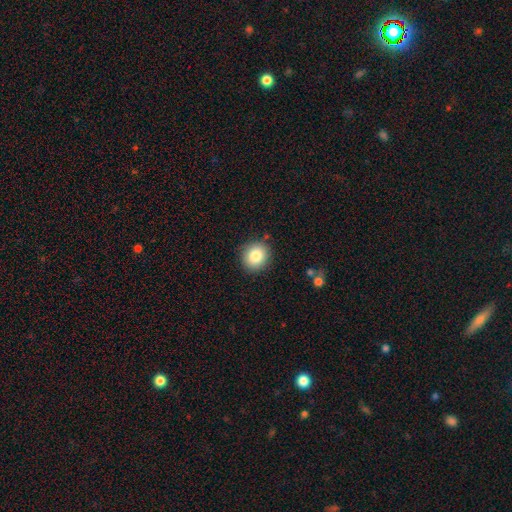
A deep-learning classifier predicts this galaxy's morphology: The model was most divided on "how rounded": round: 83%, in between: 16%, cigar-shaped: 1%. More confident: merging — none (87%); smooth or featured — smooth (83%).